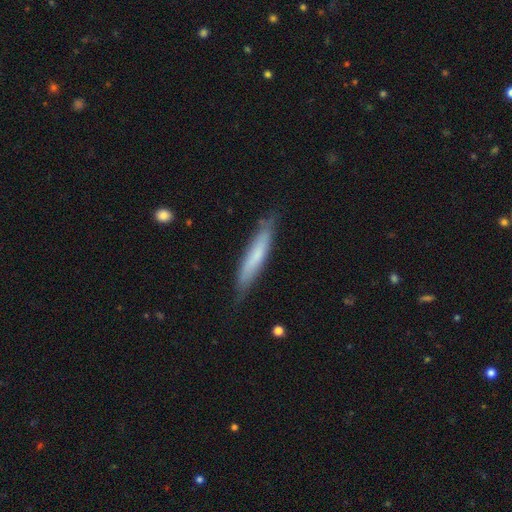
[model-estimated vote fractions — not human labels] Morphology: type=smooth (64%); roundness=cigar-shaped (89%); merging=none (77%).